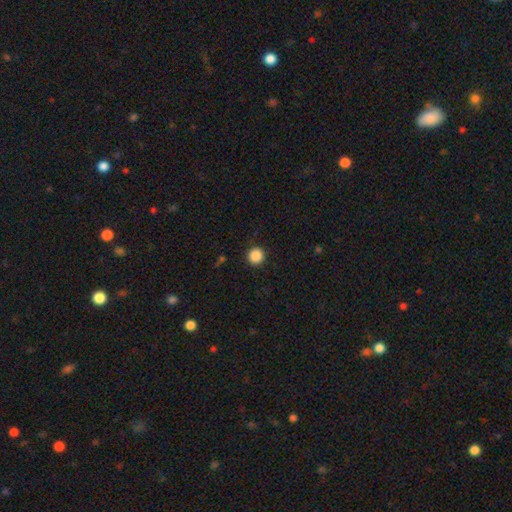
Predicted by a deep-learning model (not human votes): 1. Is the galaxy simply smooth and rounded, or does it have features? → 87% smooth, 10% star or artifact, 2% featured or disk.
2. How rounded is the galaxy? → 95% round, 4% in between, 1% cigar-shaped.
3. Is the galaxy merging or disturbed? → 92% none, 6% minor disturbance, 2% major disturbance, 1% merger.